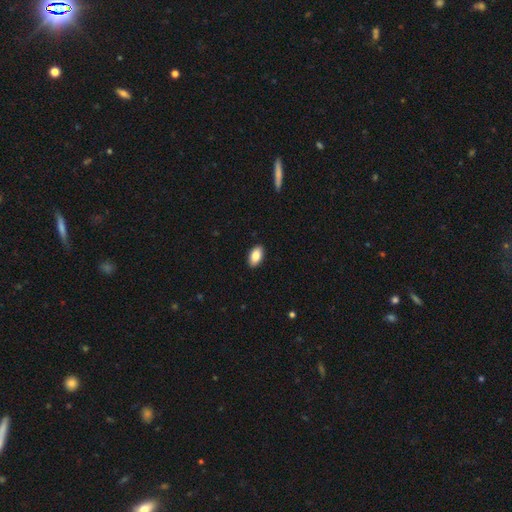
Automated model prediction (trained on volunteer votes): Smooth or featured: smooth — 85% (featured or disk — 8%)
How rounded: in between — 93% (round — 4%)
Merging: none — 91% (minor disturbance — 7%)